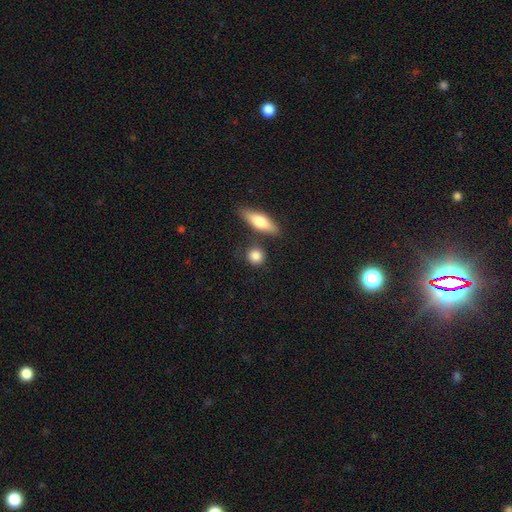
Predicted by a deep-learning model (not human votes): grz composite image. It shows a smooth galaxy with no disk features (84%) that is round (76%). Merging: none (77%).